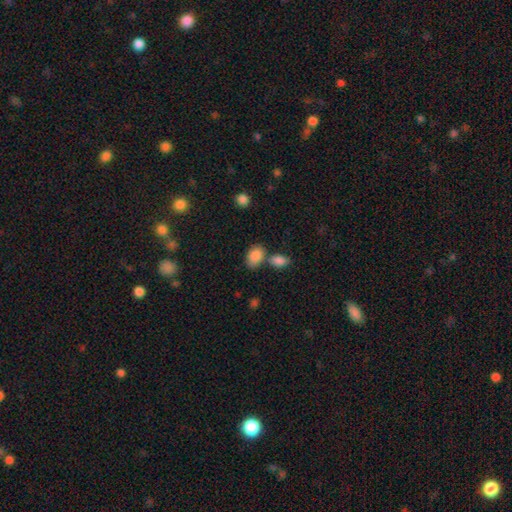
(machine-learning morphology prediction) Q: Smooth or featured?
A: smooth (87%); runner-up: star or artifact (8%)
Q: How rounded?
A: in between (85%); runner-up: round (14%)
Q: Merging?
A: none (53%); runner-up: merger (28%)